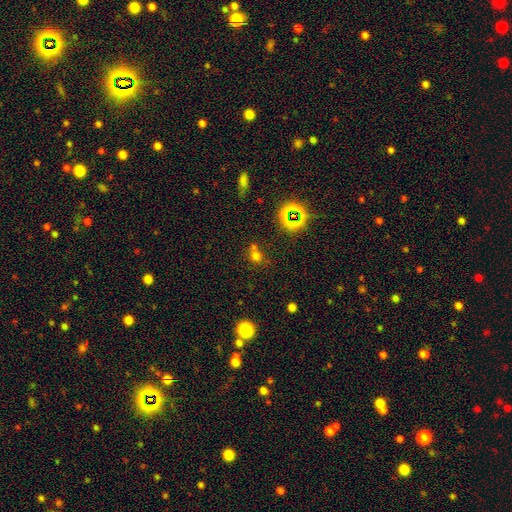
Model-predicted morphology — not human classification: A smooth galaxy with no disk features (58%) that is round (77%).

Vote fractions:
- Smooth or featured? smooth: 58% / star or artifact: 32% / featured or disk: 10%
- How rounded? round: 77% / in between: 22% / cigar-shaped: 1%
- Merging? none: 52% / merger: 33% / minor disturbance: 10% / major disturbance: 5%